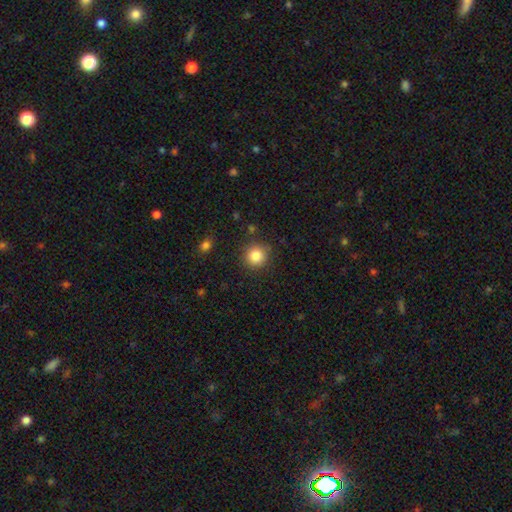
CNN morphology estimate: This appears to be a smooth galaxy with no disk features (84%) that is round (93%). Merging: none (87%).